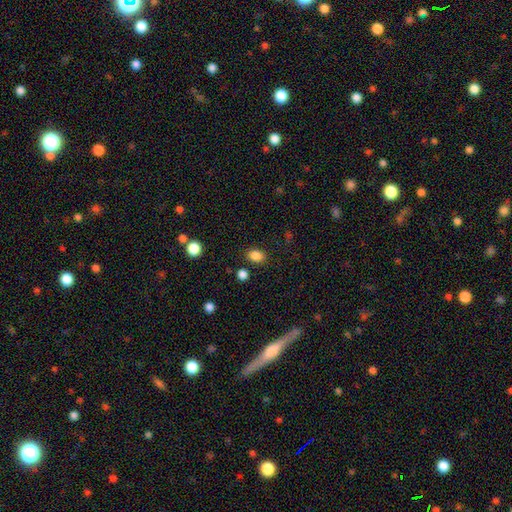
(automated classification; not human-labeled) This is clearly a smooth galaxy (85%). How rounded: likely in between (66%). Merging: clearly none (84%).